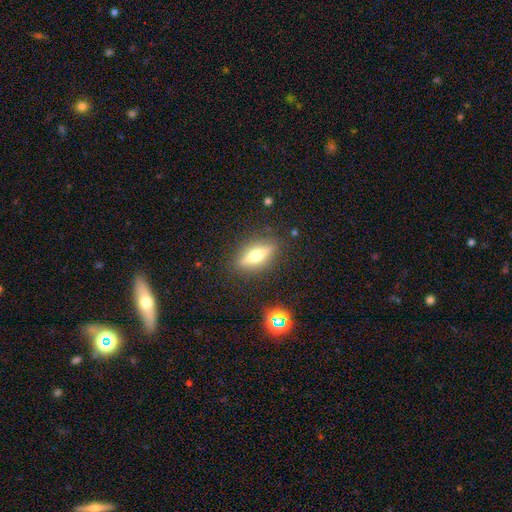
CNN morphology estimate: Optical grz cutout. It shows a featured or disk galaxy (64%) viewed edge-on (90%) with a rounded central bulge (94%). Merging: none (87%).